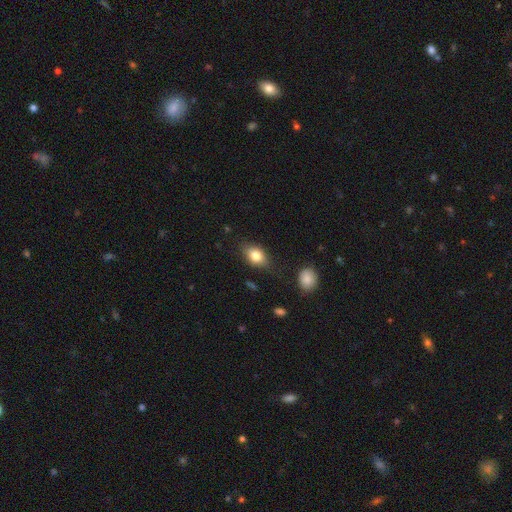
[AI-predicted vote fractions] The model was most divided on "merging": none: 76%, minor disturbance: 17%, major disturbance: 4%, merger: 2%. More confident: smooth or featured — smooth (80%); how rounded — in between (78%).